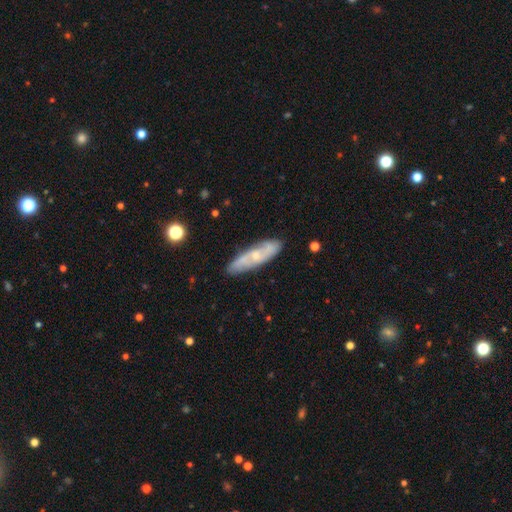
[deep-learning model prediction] Smooth or featured: featured or disk — 60% (smooth — 34%)
Edge-on disk: no — 70% (yes — 30%)
Merging: none — 82% (minor disturbance — 13%)